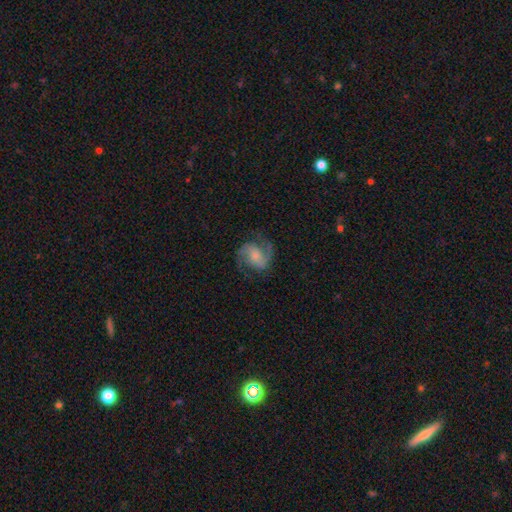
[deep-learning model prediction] This appears to be a featured or disk galaxy (86%) with no bar (49%), 2 (93%) medium (58%) spiral arms (97%) and a small central bulge (39%). Merging: none (77%).